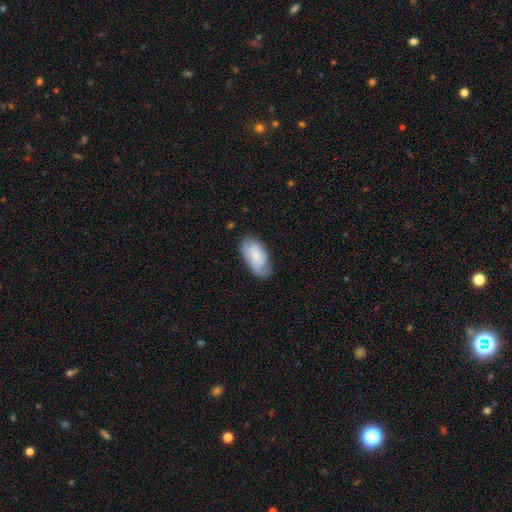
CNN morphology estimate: smooth_or_featured: smooth (p=0.50) [alt: featured or disk p=0.43]
how_rounded: in between (p=0.93) [alt: round p=0.04]
merging: none (p=0.61) [alt: minor disturbance p=0.29]